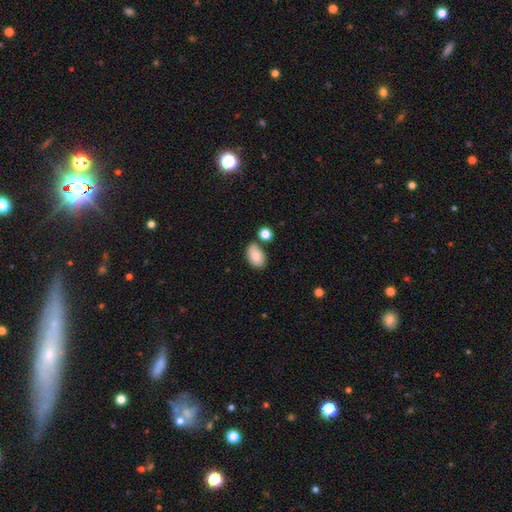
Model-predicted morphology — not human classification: smooth_or_featured: smooth (p=0.84) [alt: featured or disk p=0.08]
how_rounded: in between (p=0.90) [alt: round p=0.09]
merging: none (p=0.66) [alt: minor disturbance p=0.18]